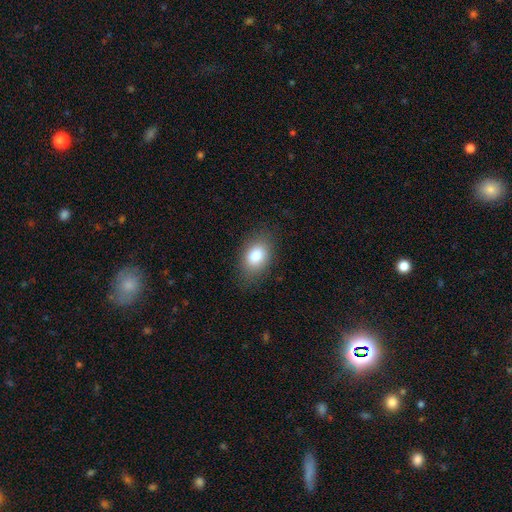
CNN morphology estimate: smooth-or-featured: smooth: 83% | featured or disk: 9% | star or artifact: 8%
  how-rounded: in between: 85% | round: 14% | cigar-shaped: 1%
  merging: none: 81% | minor disturbance: 14% | major disturbance: 4% | merger: 1%